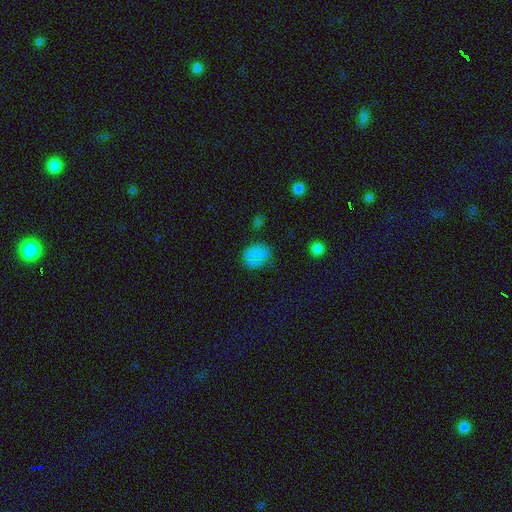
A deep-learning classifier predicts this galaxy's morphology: This is likely a smooth galaxy (70%). How rounded: possibly in between (53%). Merging: likely none (75%).